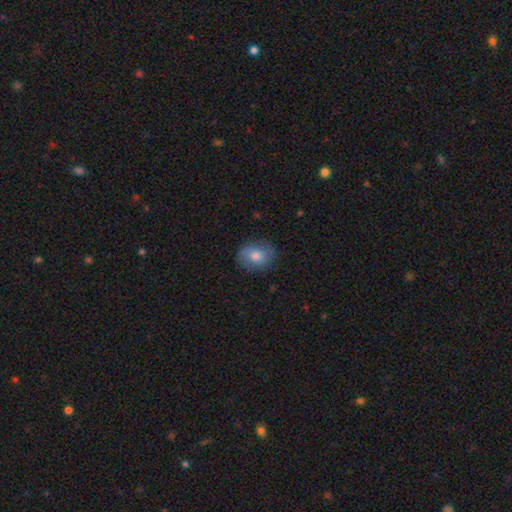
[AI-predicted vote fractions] Smooth or featured? Predicted: smooth (p=0.71). How rounded? Predicted: round (p=0.51). Merging? Predicted: none (p=0.80).